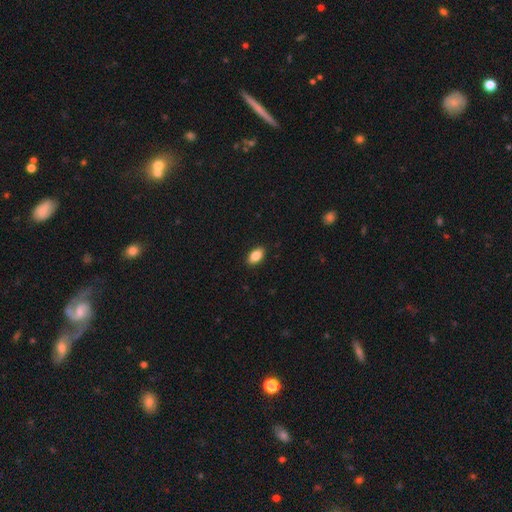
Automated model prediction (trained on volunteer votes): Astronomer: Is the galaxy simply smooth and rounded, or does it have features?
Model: smooth — 85%.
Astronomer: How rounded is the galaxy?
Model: in between — 91%.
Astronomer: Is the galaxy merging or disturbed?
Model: none — 90%.